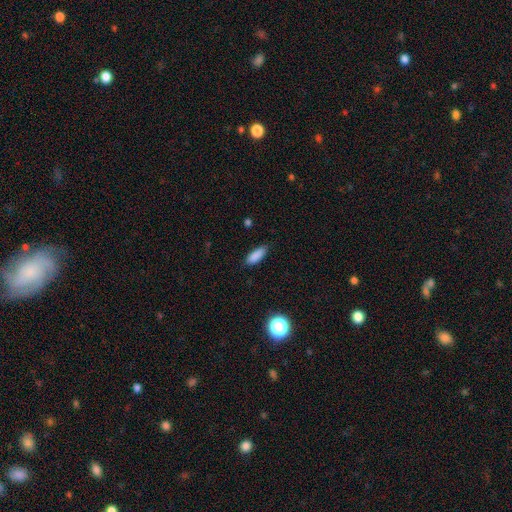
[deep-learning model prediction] Morphology: type=smooth (87%); roundness=in between (64%); merging=none (82%).